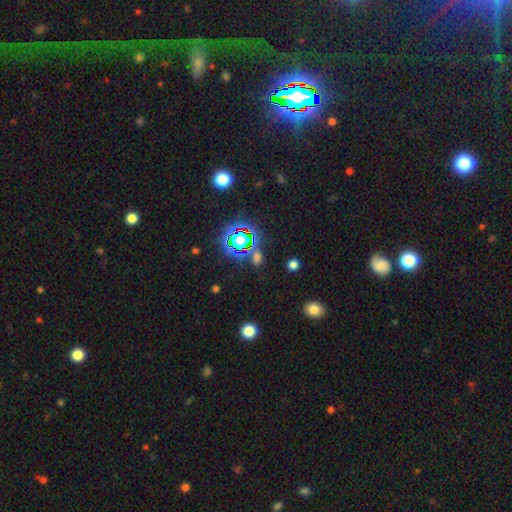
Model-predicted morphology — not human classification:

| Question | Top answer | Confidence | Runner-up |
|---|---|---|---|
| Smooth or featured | star or artifact | 72% | smooth (19%) |